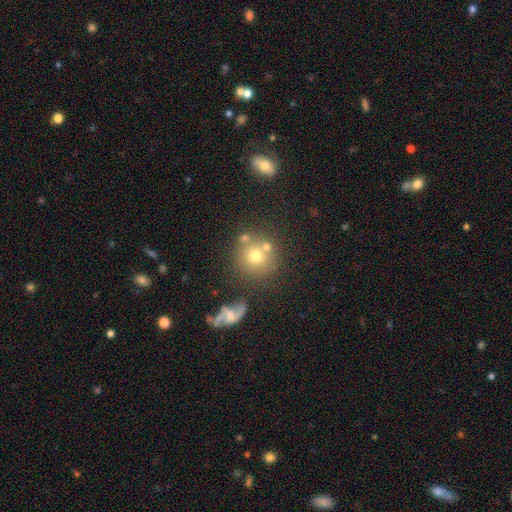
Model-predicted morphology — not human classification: smooth_or_featured: smooth (p=0.68) [alt: featured or disk p=0.19]
how_rounded: round (p=0.91) [alt: in between p=0.08]
merging: none (p=0.65) [alt: merger p=0.18]